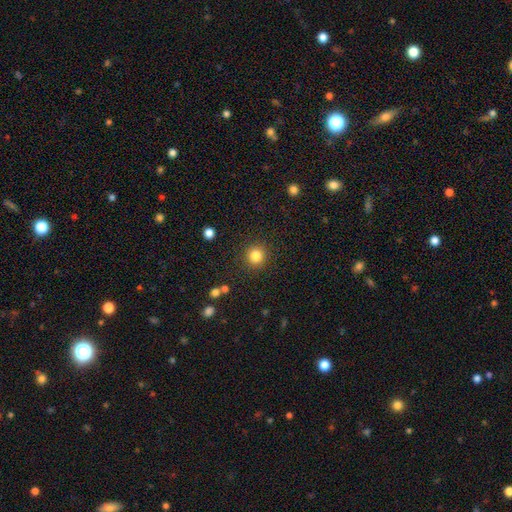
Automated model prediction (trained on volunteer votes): Smooth or featured?
  - smooth: 83% *
  - star or artifact: 11%
  - featured or disk: 5%
How rounded?
  - round: 93% *
  - in between: 6%
  - cigar-shaped: 1%
Merging?
  - none: 90% *
  - minor disturbance: 6%
  - major disturbance: 2%
  - merger: 1%